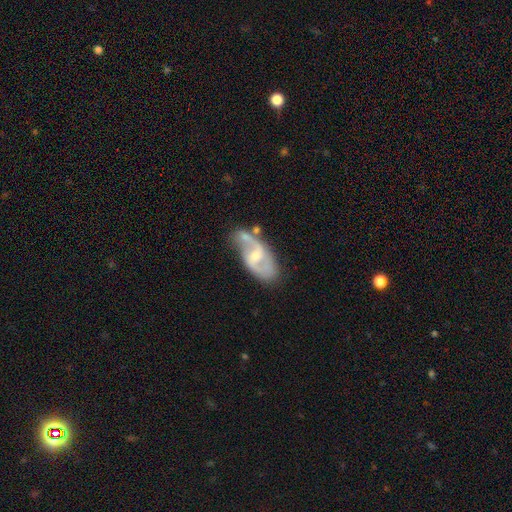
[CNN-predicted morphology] Smooth or featured? Predicted: featured or disk (p=0.82). Edge-on disk? Predicted: no (p=0.95). Bar? Predicted: weak (p=0.53). Spiral arms? Predicted: yes (p=0.92). Spiral winding? Predicted: medium (p=0.46). Spiral arm count? Predicted: 2 (p=0.88). Bulge size? Predicted: small (p=0.47, tied with moderate). Merging? Predicted: none (p=0.56).